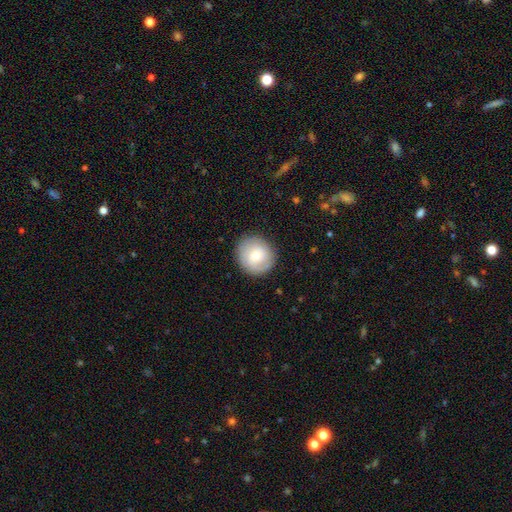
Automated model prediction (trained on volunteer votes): A smooth galaxy with no disk features (60%) that is round (88%). Merging: none (87%).